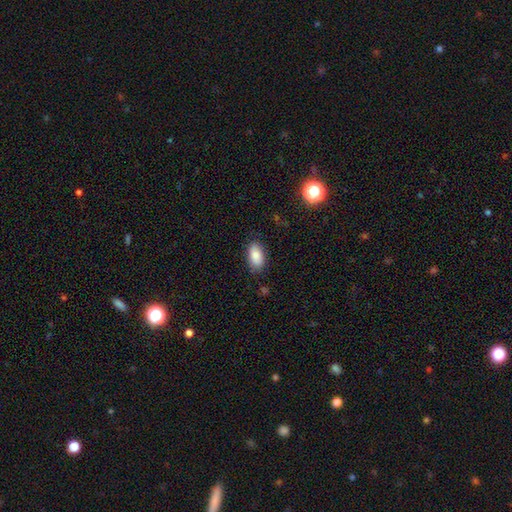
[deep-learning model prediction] This appears to be a smooth galaxy with no disk features (85%) that is in between round and cigar-shaped (93%). Merging: none (84%).